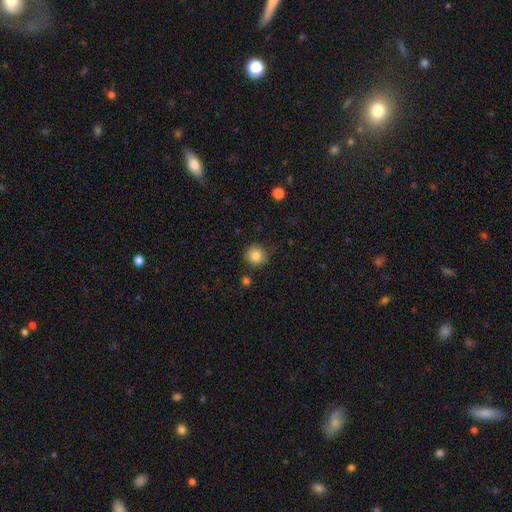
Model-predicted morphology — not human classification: This appears to be a smooth galaxy with no disk features (85%) that is round (93%). Merging: none (86%).